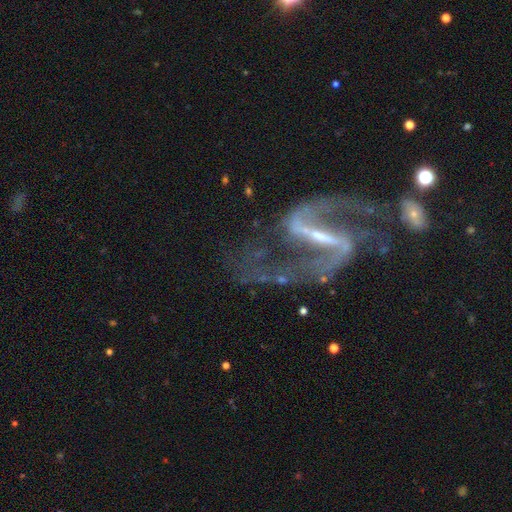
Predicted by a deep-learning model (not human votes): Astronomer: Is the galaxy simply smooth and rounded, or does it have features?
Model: featured or disk — 92%.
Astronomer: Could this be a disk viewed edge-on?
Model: no — 96%.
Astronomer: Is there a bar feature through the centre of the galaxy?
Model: strong — 70%.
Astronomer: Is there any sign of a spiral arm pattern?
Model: yes — 97%.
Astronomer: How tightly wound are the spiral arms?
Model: loose — 51% (runner-up: medium, 39%).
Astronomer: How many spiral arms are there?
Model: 2 — 94%.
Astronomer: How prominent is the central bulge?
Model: small — 68%.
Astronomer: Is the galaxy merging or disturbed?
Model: none — 61%.